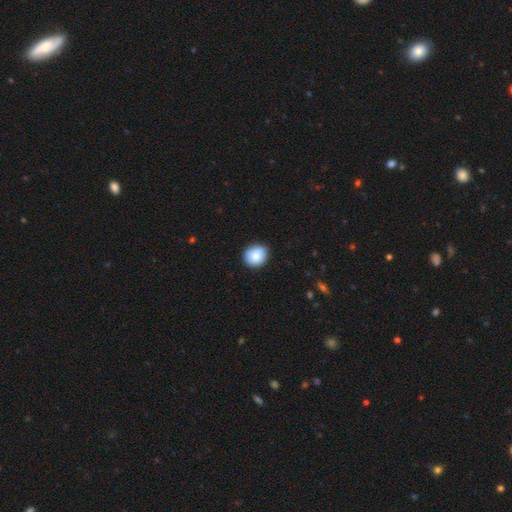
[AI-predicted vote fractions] A smooth galaxy with no disk features (86%) that is round (79%).

Vote fractions:
- Smooth or featured? smooth: 86% / star or artifact: 8% / featured or disk: 6%
- How rounded? round: 79% / in between: 20% / cigar-shaped: 1%
- Merging? none: 87% / minor disturbance: 10% / major disturbance: 2% / merger: 1%